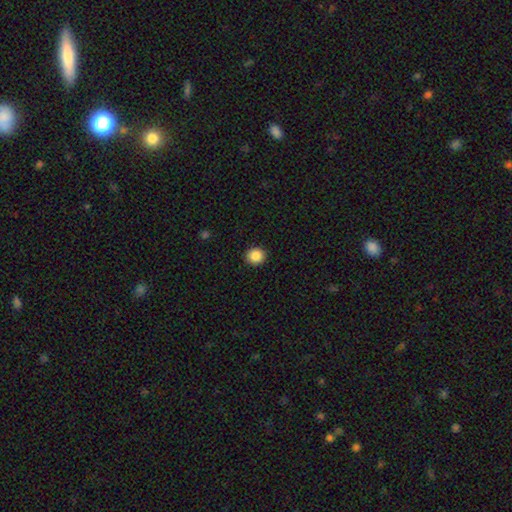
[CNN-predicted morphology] Overall: smooth (87%). How rounded: round (89%). Merging: none (92%).